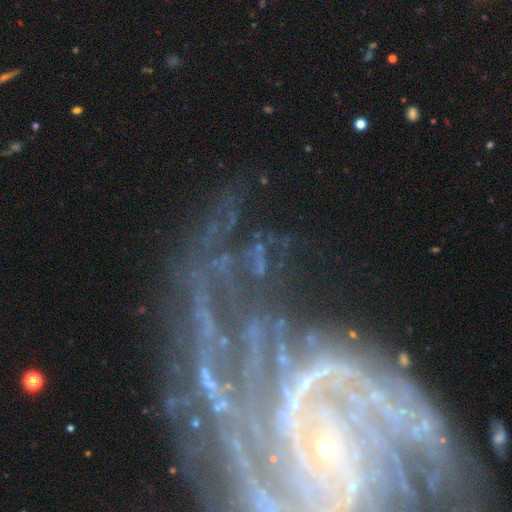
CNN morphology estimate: Smooth or featured: featured or disk — 56% (star or artifact — 32%)
Edge-on disk: no — 93% (yes — 7%)
Bar: no — 40% (strong — 31%)
Spiral arms: yes — 86% (no — 14%)
Bulge size: small — 55% (moderate — 21%)
Merging: none — 58% (minor disturbance — 18%)